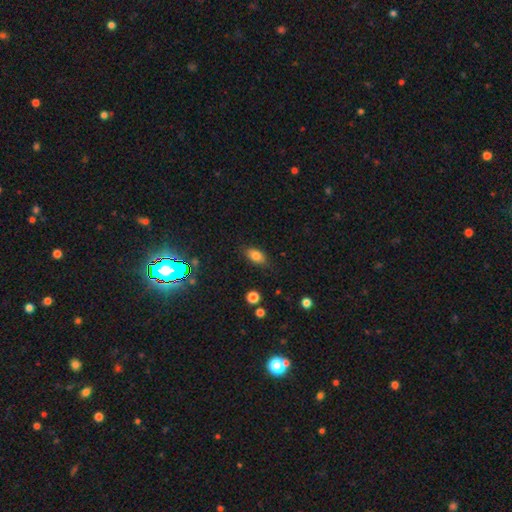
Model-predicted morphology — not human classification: Smooth or featured: smooth — 79% (star or artifact — 12%)
How rounded: in between — 87% (round — 10%)
Merging: none — 81% (minor disturbance — 14%)